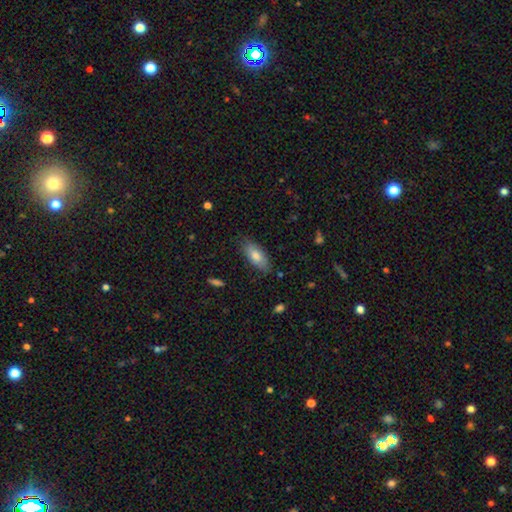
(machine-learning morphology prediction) smooth-or-featured: smooth: 76% | featured or disk: 17% | star or artifact: 7%
  how-rounded: in between: 82% | cigar-shaped: 16% | round: 2%
  merging: none: 84% | minor disturbance: 13% | major disturbance: 2% | merger: 1%